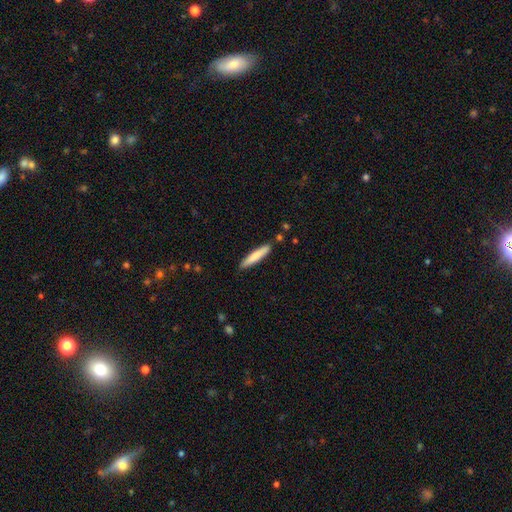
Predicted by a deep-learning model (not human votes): smooth_or_featured: smooth (p=0.75) [alt: featured or disk p=0.20]
how_rounded: cigar-shaped (p=0.90) [alt: in between p=0.08]
merging: none (p=0.87) [alt: minor disturbance p=0.09]